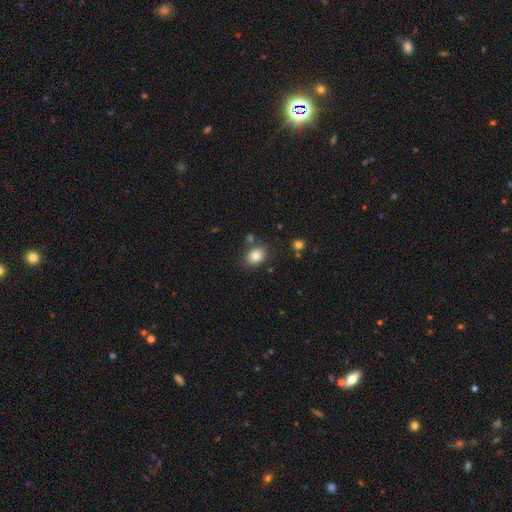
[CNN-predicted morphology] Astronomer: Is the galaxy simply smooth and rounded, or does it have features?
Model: smooth — 82%.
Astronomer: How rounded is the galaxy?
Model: in between — 56% (runner-up: round, 43%).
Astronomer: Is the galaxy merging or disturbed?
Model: none — 78%.